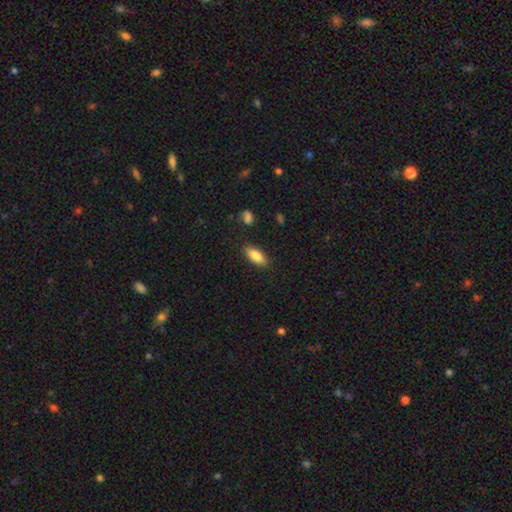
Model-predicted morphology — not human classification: Smooth or featured?
  - smooth: 83% *
  - featured or disk: 11%
  - star or artifact: 7%
How rounded?
  - in between: 79% *
  - cigar-shaped: 19%
  - round: 2%
Merging?
  - none: 86% *
  - minor disturbance: 10%
  - major disturbance: 2%
  - merger: 2%